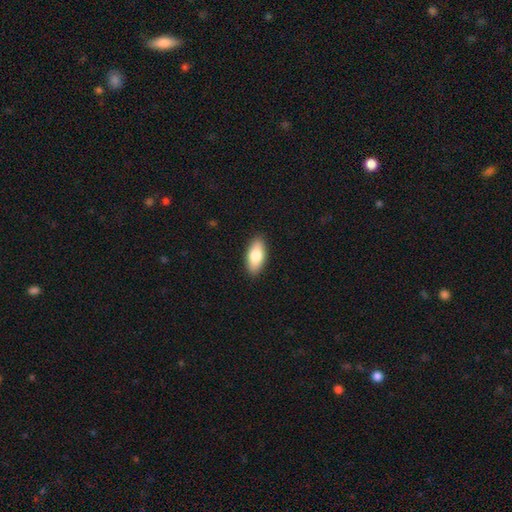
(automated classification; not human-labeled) This is likely a smooth galaxy (79%). How rounded: clearly in between (86%). Merging: clearly none (90%).